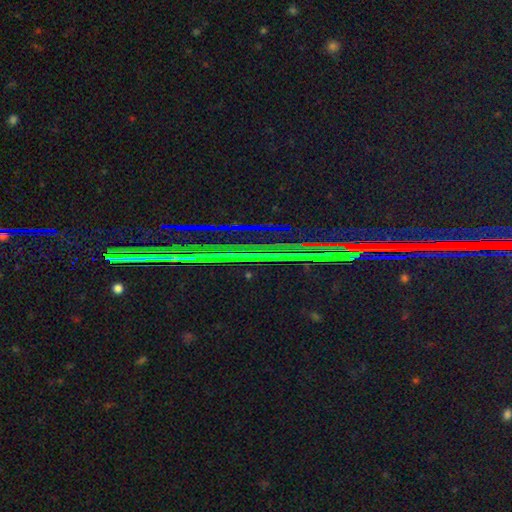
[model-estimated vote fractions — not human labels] This appears to be a star or artifact, not a galaxy (89%).